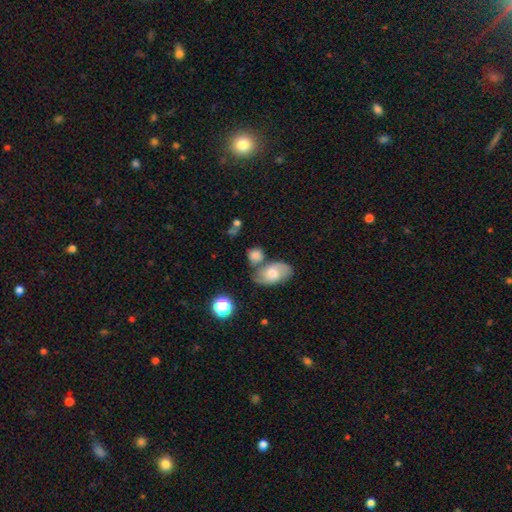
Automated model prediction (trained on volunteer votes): The model was most divided on "how rounded": round: 53%, in between: 45%, cigar-shaped: 2%. More confident: smooth or featured — smooth (72%); merging — none (54%).